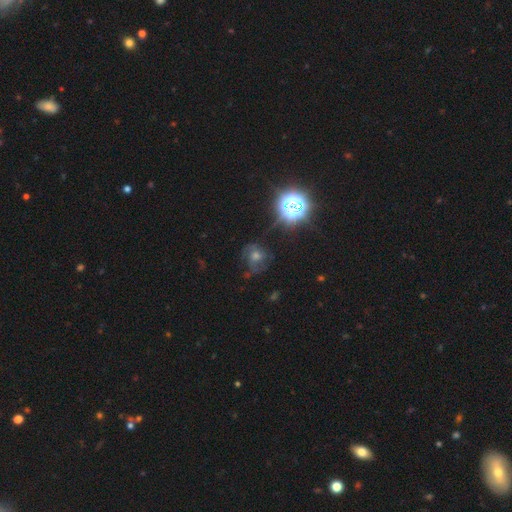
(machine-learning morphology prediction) Smooth or featured? featured or disk (36%)
Merging? none (60%)